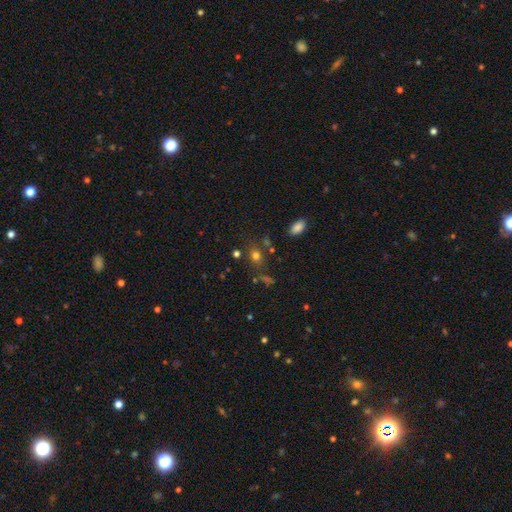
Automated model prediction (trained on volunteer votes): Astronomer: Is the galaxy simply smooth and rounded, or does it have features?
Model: smooth — 74%.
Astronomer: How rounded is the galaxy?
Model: round — 51% (runner-up: in between, 47%).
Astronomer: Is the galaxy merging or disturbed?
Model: none — 73%.